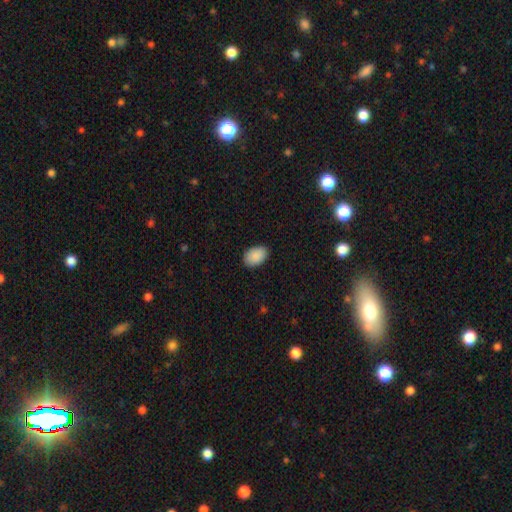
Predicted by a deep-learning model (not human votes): Smooth or featured: smooth — 91% (star or artifact — 7%)
How rounded: in between — 86% (round — 13%)
Merging: none — 88% (minor disturbance — 9%)